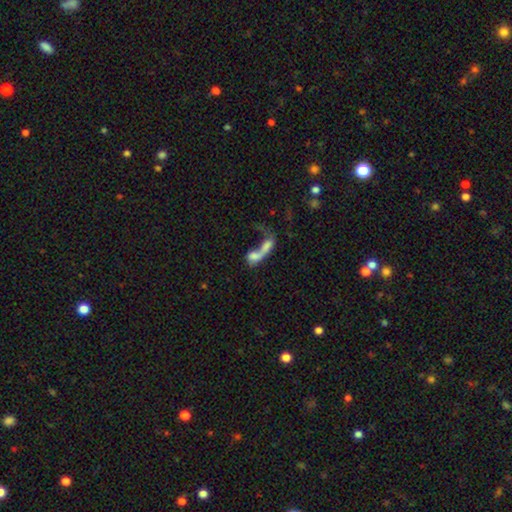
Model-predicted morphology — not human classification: A smooth galaxy with no disk features (56%) that is in between round and cigar-shaped (60%).

Vote fractions:
- Smooth or featured? smooth: 56% / featured or disk: 33% / star or artifact: 11%
- How rounded? in between: 60% / cigar-shaped: 27% / round: 14%
- Merging? merger: 65% / major disturbance: 17% / none: 12% / minor disturbance: 6%